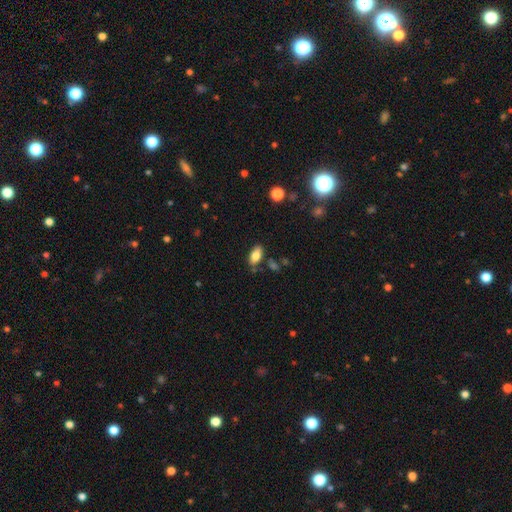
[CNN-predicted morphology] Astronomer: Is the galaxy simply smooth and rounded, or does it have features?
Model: smooth — 81%.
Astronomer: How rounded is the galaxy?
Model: in between — 90%.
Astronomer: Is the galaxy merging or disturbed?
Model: none — 76%.